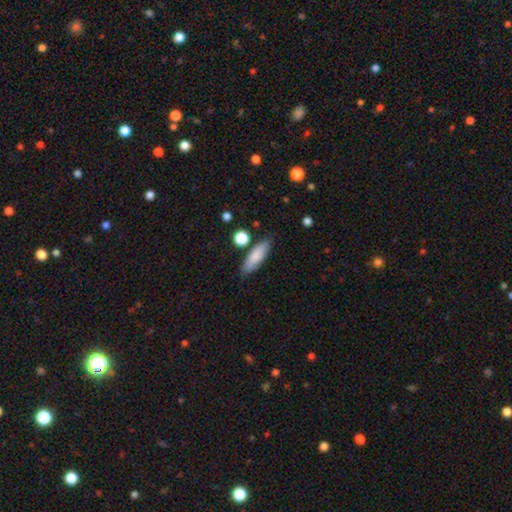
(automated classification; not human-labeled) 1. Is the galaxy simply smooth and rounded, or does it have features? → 83% smooth, 11% featured or disk, 6% star or artifact.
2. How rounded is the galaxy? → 51% in between, 46% cigar-shaped, 2% round.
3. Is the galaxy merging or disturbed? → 81% none, 12% minor disturbance, 4% merger, 3% major disturbance.